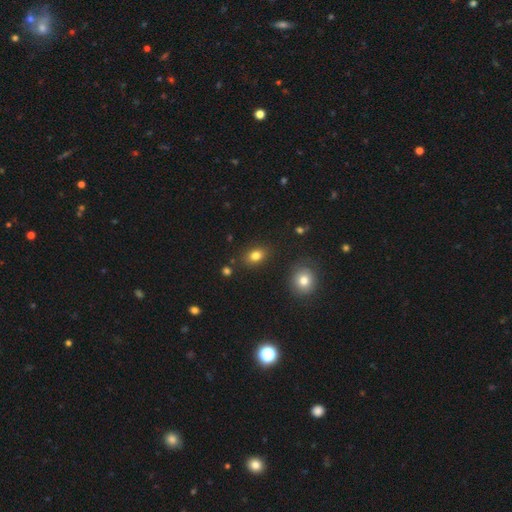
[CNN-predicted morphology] Smooth or featured?
  - smooth: 81% *
  - star or artifact: 11%
  - featured or disk: 8%
How rounded?
  - in between: 72% *
  - round: 27%
  - cigar-shaped: 2%
Merging?
  - none: 86% *
  - minor disturbance: 9%
  - merger: 3%
  - major disturbance: 3%